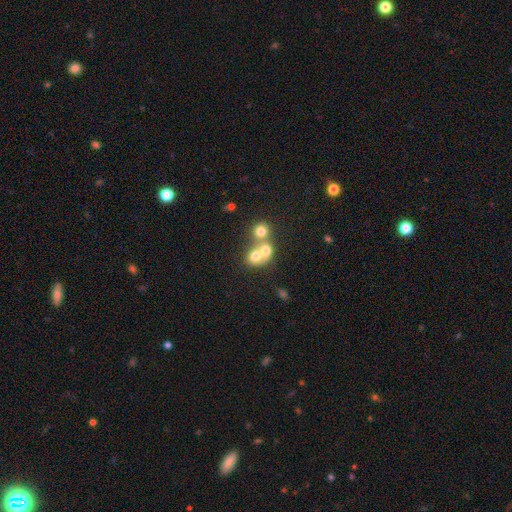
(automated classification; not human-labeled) Smooth or featured: smooth — 67% (featured or disk — 22%)
How rounded: round — 69% (in between — 30%)
Merging: merger — 66% (none — 25%)